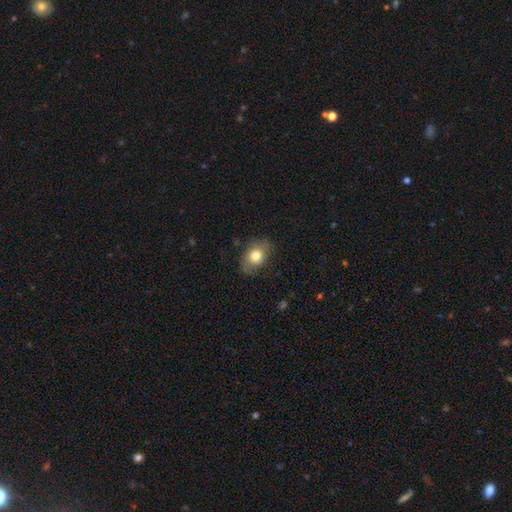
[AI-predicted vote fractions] The model was most divided on "how rounded": in between: 70%, round: 28%, cigar-shaped: 1%. More confident: smooth or featured — smooth (76%); merging — none (75%).